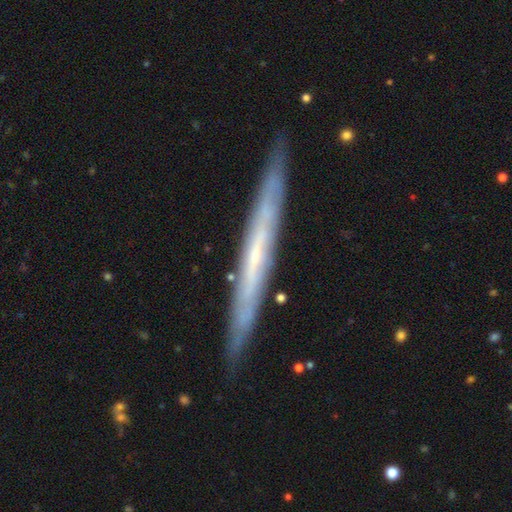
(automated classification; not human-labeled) smooth-or-featured: featured or disk: 72% | smooth: 22% | star or artifact: 6%
  disk-edge-on: yes: 86% | no: 14%
    edge-on-bulge: none: 74% | rounded: 23% | boxy: 4%
  merging: none: 87% | minor disturbance: 10% | major disturbance: 2% | merger: 1%